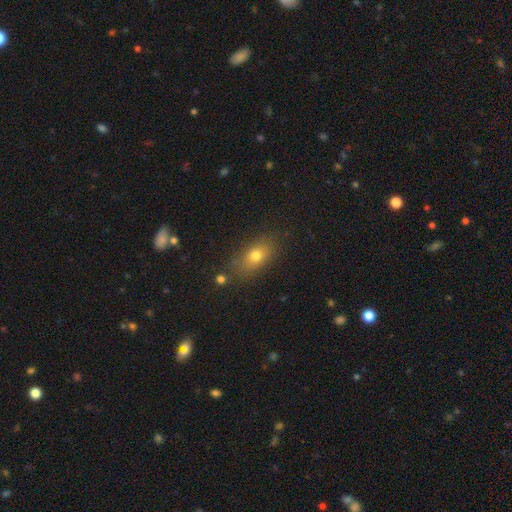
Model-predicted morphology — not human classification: The model was most divided on "how rounded": in between: 75%, round: 18%, cigar-shaped: 7%. More confident: merging — none (78%); smooth or featured — smooth (74%).